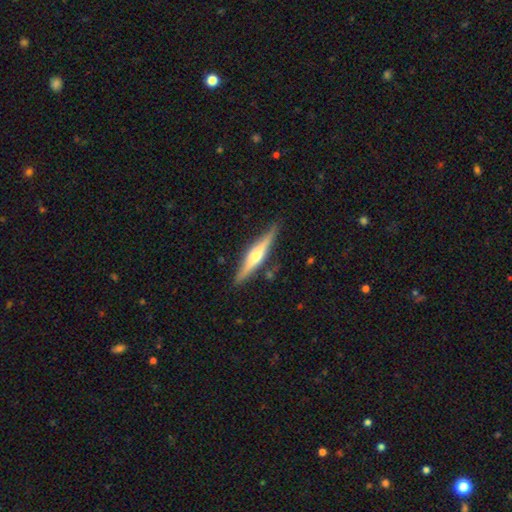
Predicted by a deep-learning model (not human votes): Smooth or featured? featured or disk (70%)
Edge-on disk? yes (97%)
Edge-on bulge? rounded (90%)
Merging? none (87%)